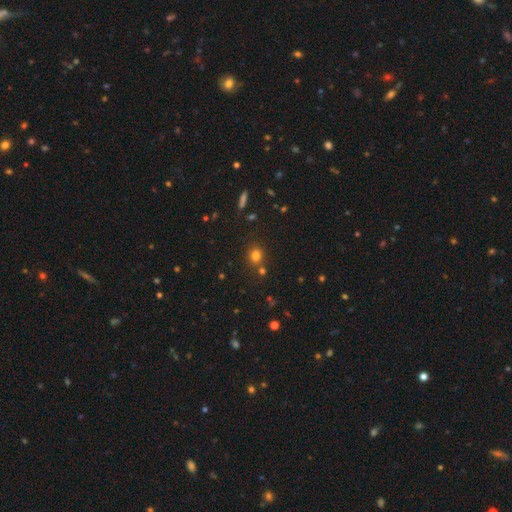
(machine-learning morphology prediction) Smooth or featured: smooth — 75% (star or artifact — 18%)
How rounded: round — 74% (in between — 25%)
Merging: none — 73% (merger — 13%)